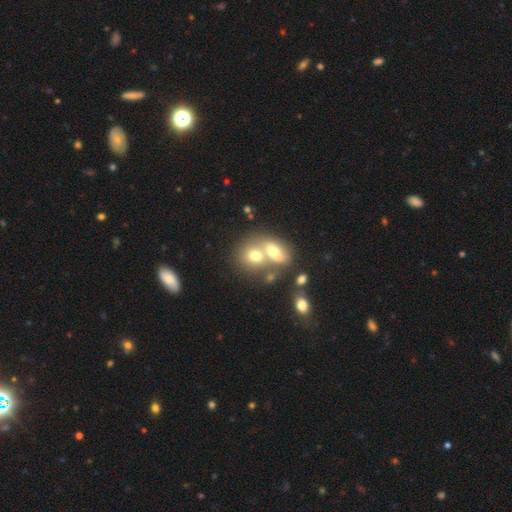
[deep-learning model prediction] Overall: smooth (69%). How rounded: round (52%; in between 46%). Merging: merger (62%; none 27%).